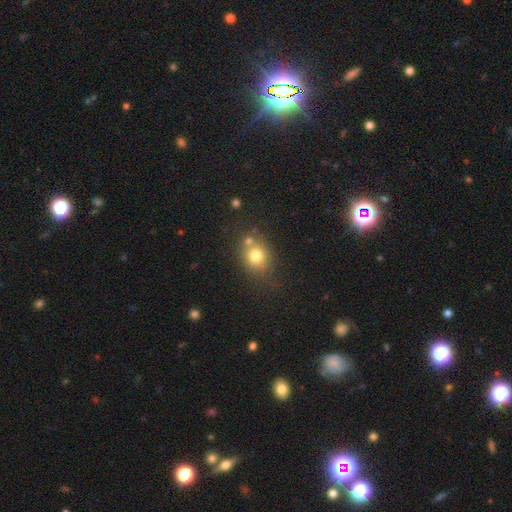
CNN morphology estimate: Overall: smooth (75%). How rounded: round (65%; in between 34%). Merging: none (60%).